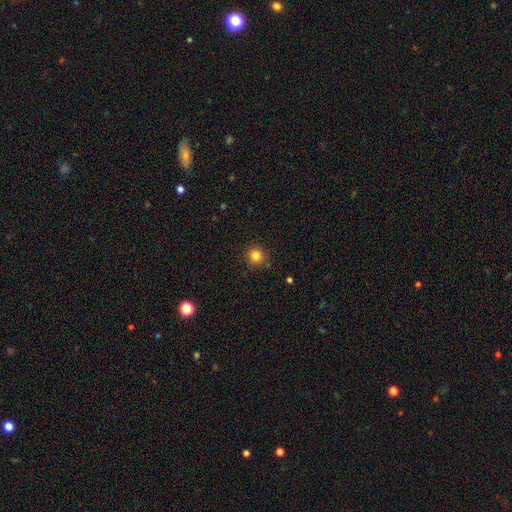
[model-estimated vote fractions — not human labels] smooth_or_featured: smooth (p=0.83) [alt: star or artifact p=0.12]
how_rounded: round (p=0.94) [alt: in between p=0.05]
merging: none (p=0.89) [alt: minor disturbance p=0.07]